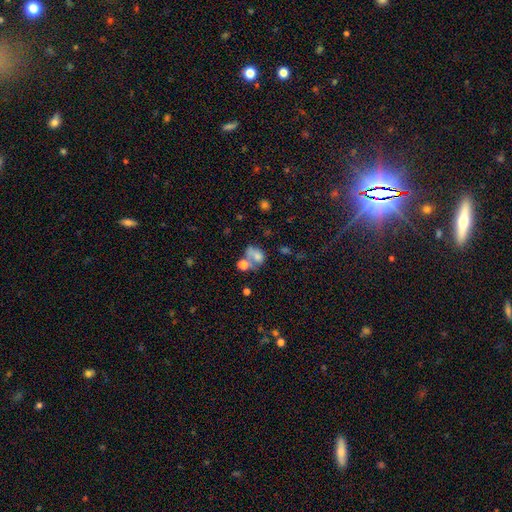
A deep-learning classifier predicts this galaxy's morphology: A smooth galaxy with no disk features (65%) that is in between round and cigar-shaped (53%).

Vote fractions:
- Smooth or featured? smooth: 65% / featured or disk: 22% / star or artifact: 13%
- How rounded? in between: 53% / round: 46% / cigar-shaped: 1%
- Merging? merger: 48% / none: 24% / major disturbance: 15% / minor disturbance: 14%